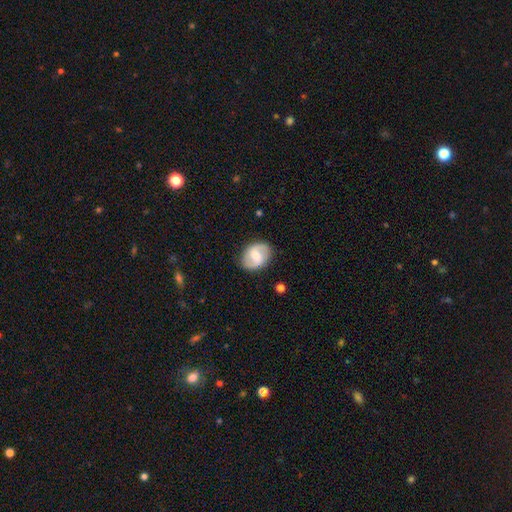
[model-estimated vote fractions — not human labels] Smooth or featured? Predicted: featured or disk (p=0.61). Edge-on disk? Predicted: no (p=0.97). Bar? Predicted: weak (p=0.50). Spiral arms? Predicted: yes (p=0.82). Bulge size? Predicted: moderate (p=0.62). Merging? Predicted: none (p=0.84).